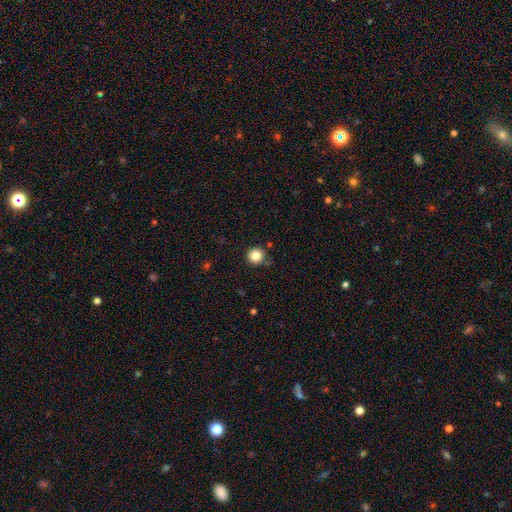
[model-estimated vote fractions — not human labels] A smooth galaxy with no disk features (83%) that is round (95%).

Vote fractions:
- Smooth or featured? smooth: 83% / star or artifact: 12% / featured or disk: 5%
- How rounded? round: 95% / in between: 4% / cigar-shaped: 1%
- Merging? none: 85% / minor disturbance: 10% / major disturbance: 2% / merger: 2%